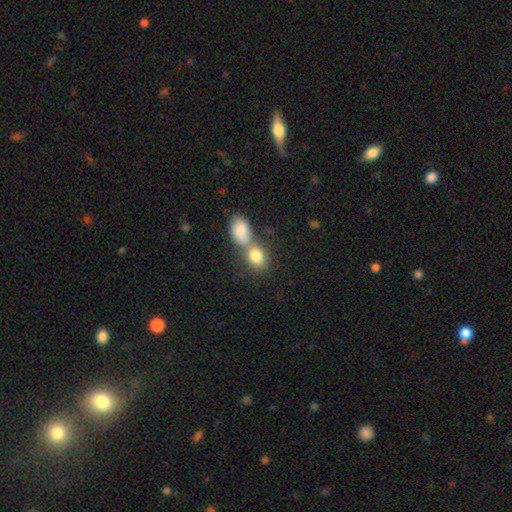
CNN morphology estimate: Smooth or featured? Predicted: smooth (p=0.83). How rounded? Predicted: in between (p=0.73). Merging? Predicted: merger (p=0.55).